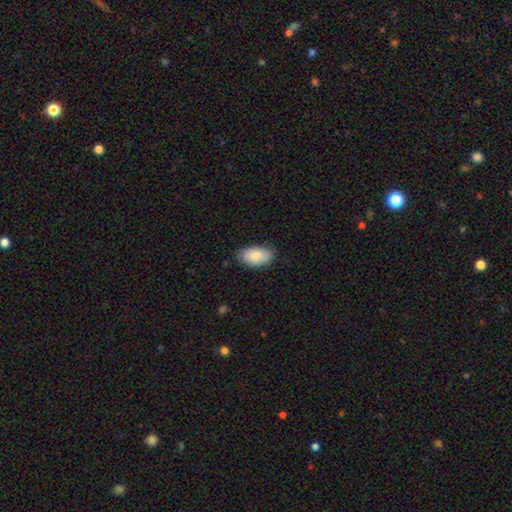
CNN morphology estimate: Smooth or featured? Predicted: smooth (p=0.85). How rounded? Predicted: in between (p=0.95). Merging? Predicted: none (p=0.78).